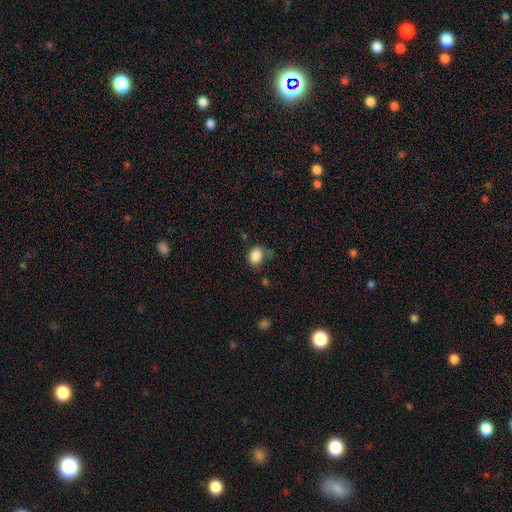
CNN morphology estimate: Smooth or featured? Predicted: smooth (p=0.85). How rounded? Predicted: in between (p=0.58). Merging? Predicted: none (p=0.53).